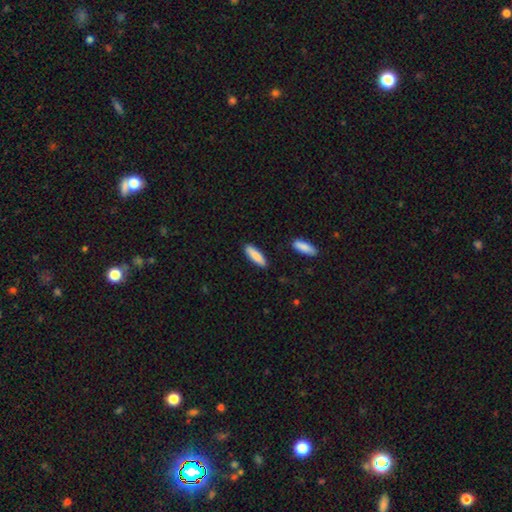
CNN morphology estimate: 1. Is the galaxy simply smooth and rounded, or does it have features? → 86% smooth, 8% featured or disk, 6% star or artifact.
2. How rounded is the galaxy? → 61% cigar-shaped, 38% in between, 1% round.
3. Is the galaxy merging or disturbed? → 87% none, 8% minor disturbance, 2% merger, 2% major disturbance.